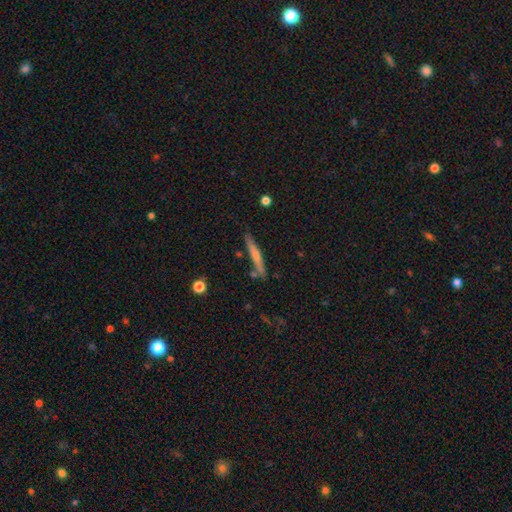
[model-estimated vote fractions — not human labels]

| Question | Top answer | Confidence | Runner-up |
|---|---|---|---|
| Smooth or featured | smooth | 56% | featured or disk (38%) |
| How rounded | cigar-shaped | 95% | in between (3%) |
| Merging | none | 81% | minor disturbance (11%) |